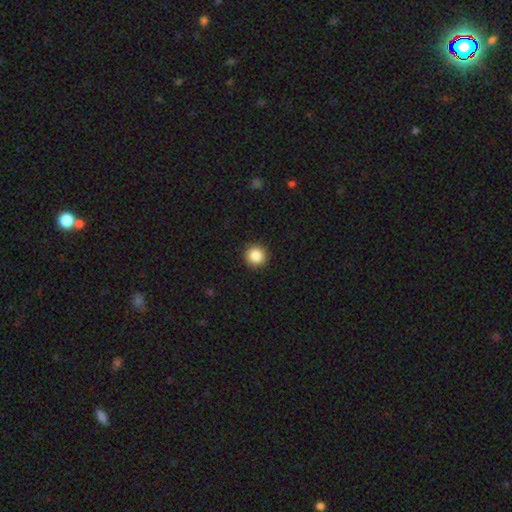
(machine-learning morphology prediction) The model was most divided on "smooth or featured": smooth: 86%, star or artifact: 10%, featured or disk: 4%. More confident: how rounded — round (95%); merging — none (93%).